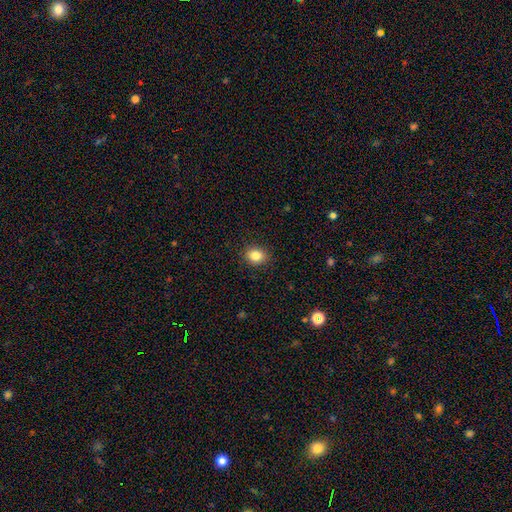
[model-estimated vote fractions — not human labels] Q: Smooth or featured?
A: smooth (85%); runner-up: star or artifact (10%)
Q: How rounded?
A: round (55%); runner-up: in between (44%)
Q: Merging?
A: none (89%); runner-up: minor disturbance (7%)